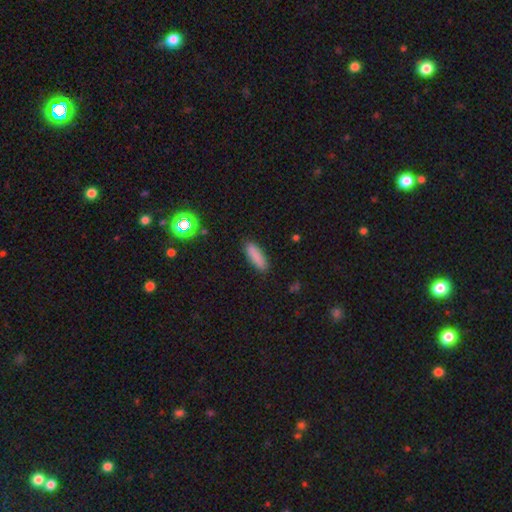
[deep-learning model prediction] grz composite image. It shows a smooth galaxy with no disk features (86%) that is cigar-shaped (53%). Merging: none (87%).